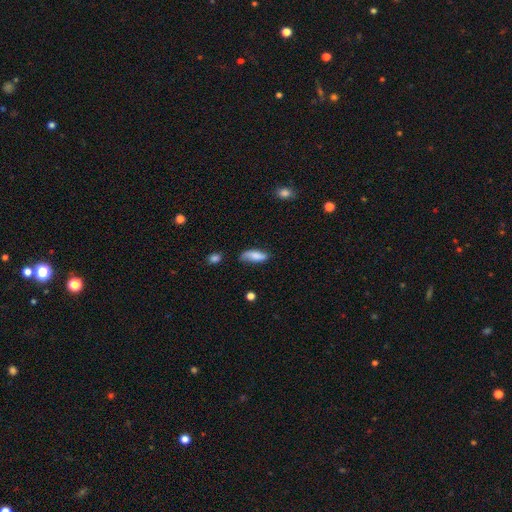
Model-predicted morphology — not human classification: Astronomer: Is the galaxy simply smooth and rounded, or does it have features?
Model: smooth — 79%.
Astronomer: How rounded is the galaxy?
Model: in between — 71%.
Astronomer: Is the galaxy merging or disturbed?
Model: none — 61%.